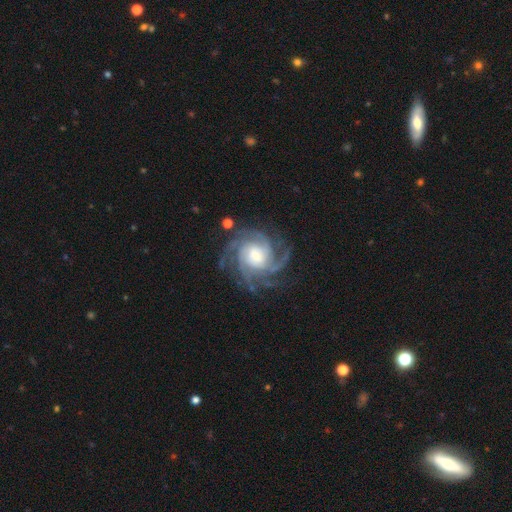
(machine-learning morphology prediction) featured or disk 90%, star or artifact 5%, smooth 5%. Down the decision tree: edge-on disk — no (98%); bar — no (57%); spiral arms — yes (98%); spiral arm count — 4 (36%); spiral winding — tight (55%); bulge size — moderate (44%); merging — none (75%).